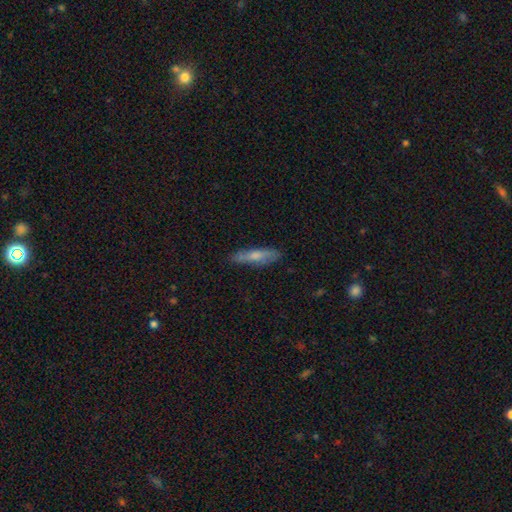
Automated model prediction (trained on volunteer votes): smooth 66%, featured or disk 28%, star or artifact 6%. Down the decision tree: how rounded — cigar-shaped (77%); merging — none (81%).